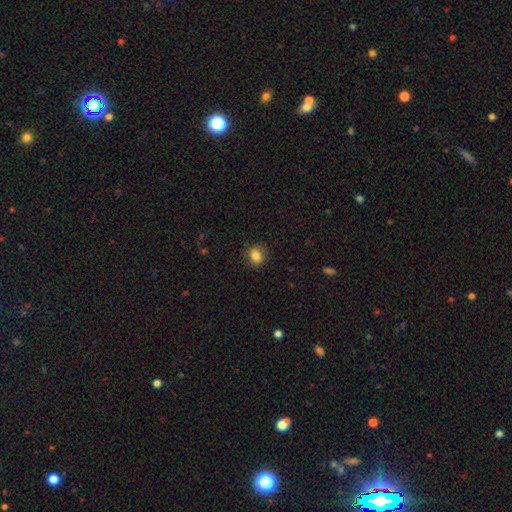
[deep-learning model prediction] This appears to be a smooth galaxy with no disk features (80%) that is in between round and cigar-shaped (51%). Merging: none (81%).